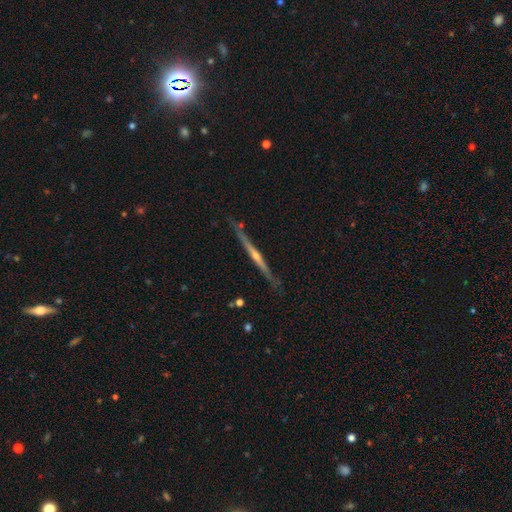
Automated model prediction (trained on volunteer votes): Smooth or featured? featured or disk (82%)
Edge-on disk? yes (98%)
Edge-on bulge? rounded (72%)
Merging? none (87%)